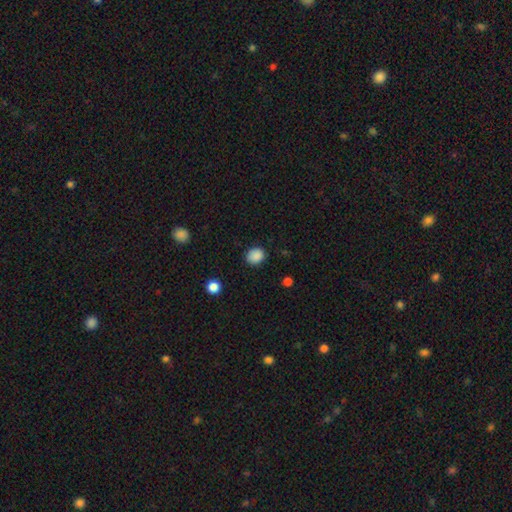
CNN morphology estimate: smooth-or-featured: smooth: 88% | star or artifact: 10% | featured or disk: 3%
  how-rounded: round: 64% | in between: 36% | cigar-shaped: 1%
  merging: none: 86% | minor disturbance: 10% | major disturbance: 3% | merger: 1%